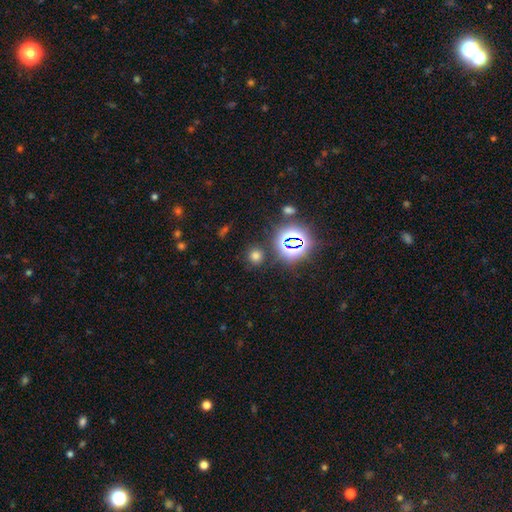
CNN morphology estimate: Smooth or featured? smooth (66%)
How rounded? round (87%)
Merging? none (84%)